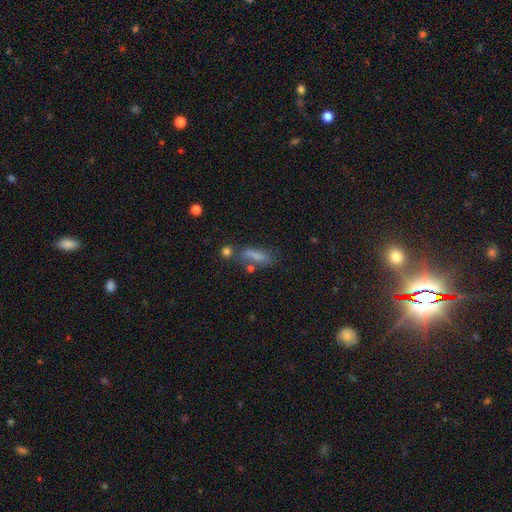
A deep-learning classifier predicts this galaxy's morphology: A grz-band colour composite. It shows a smooth galaxy with no disk features (75%) that is cigar-shaped (53%). Merging: none (58%).